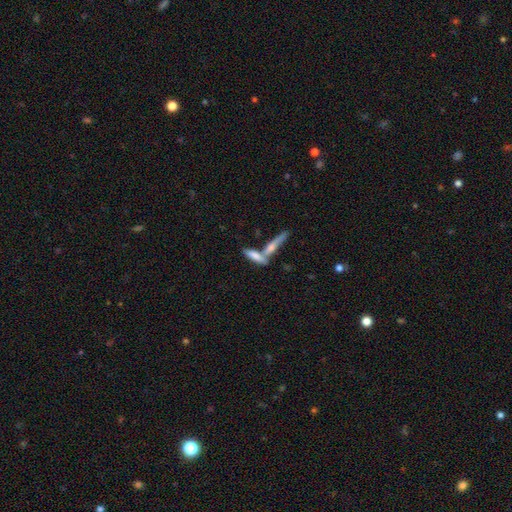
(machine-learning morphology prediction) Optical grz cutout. It shows a smooth galaxy with no disk features (62%) that is cigar-shaped (67%). Merging: merger (48%).